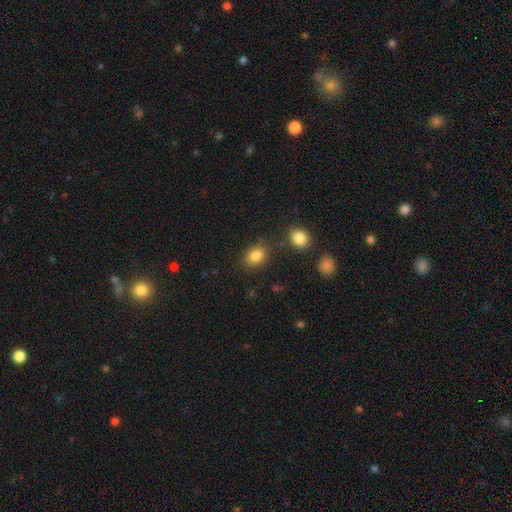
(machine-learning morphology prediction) smooth 85%, star or artifact 10%, featured or disk 6%. Down the decision tree: how rounded — in between (61%); merging — none (80%).